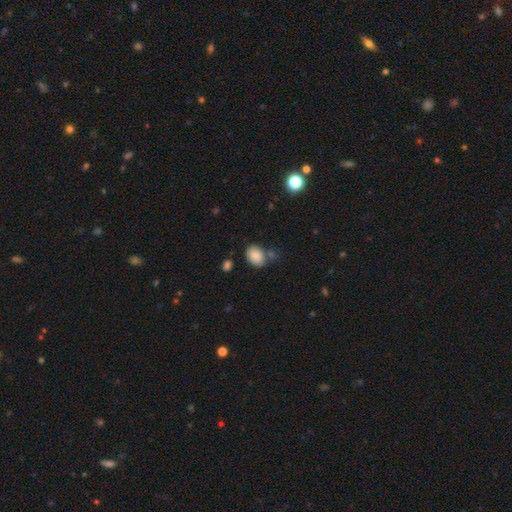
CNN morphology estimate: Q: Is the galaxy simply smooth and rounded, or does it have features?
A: smooth — 86%.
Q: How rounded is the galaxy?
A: in between — 68%.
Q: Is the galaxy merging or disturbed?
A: none — 61%.